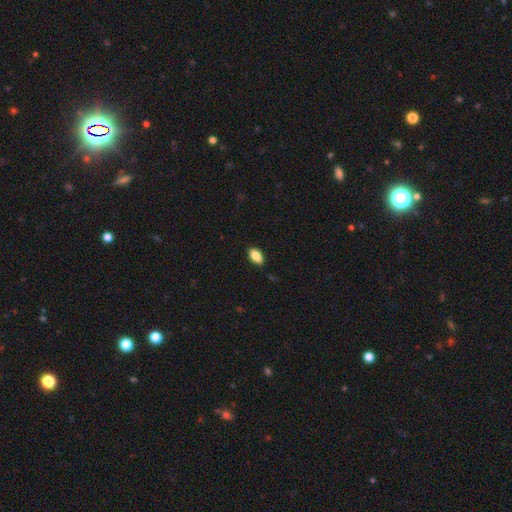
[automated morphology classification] Smooth or featured: smooth — 85% (featured or disk — 7%)
How rounded: in between — 92% (cigar-shaped — 5%)
Merging: none — 89% (minor disturbance — 9%)